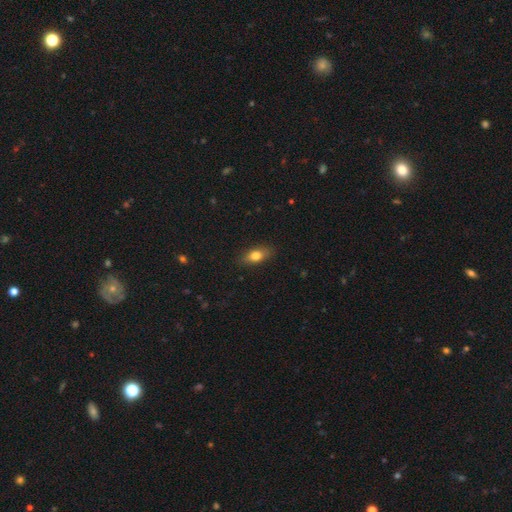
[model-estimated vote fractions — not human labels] The model was most divided on "smooth or featured": smooth: 78%, featured or disk: 14%, star or artifact: 8%. More confident: merging — none (85%); how rounded — in between (81%).